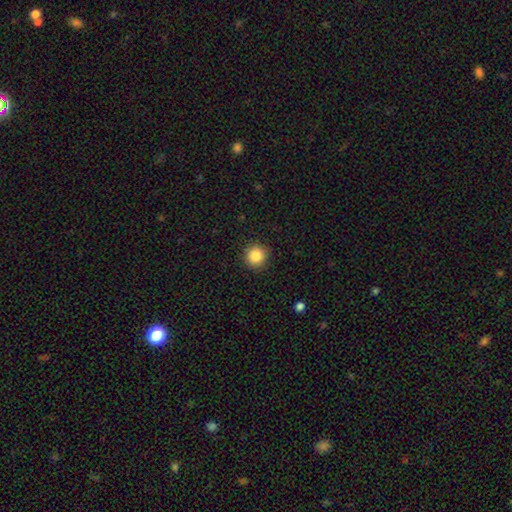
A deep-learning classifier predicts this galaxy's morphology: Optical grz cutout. It shows a smooth galaxy with no disk features (86%) that is round (94%). Merging: none (92%).